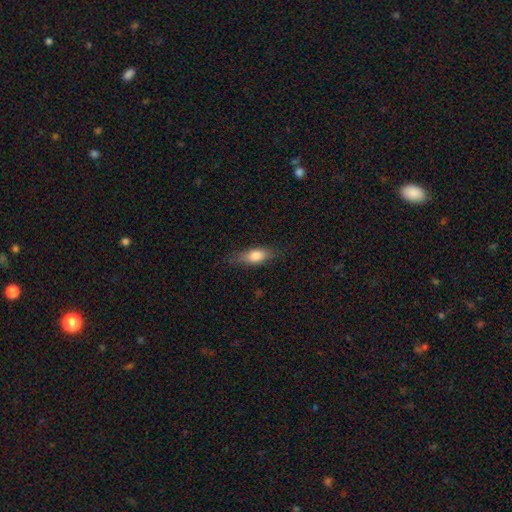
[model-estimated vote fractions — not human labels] A smooth galaxy with no disk features (77%) that is in between round and cigar-shaped (70%). Merging: none (75%).